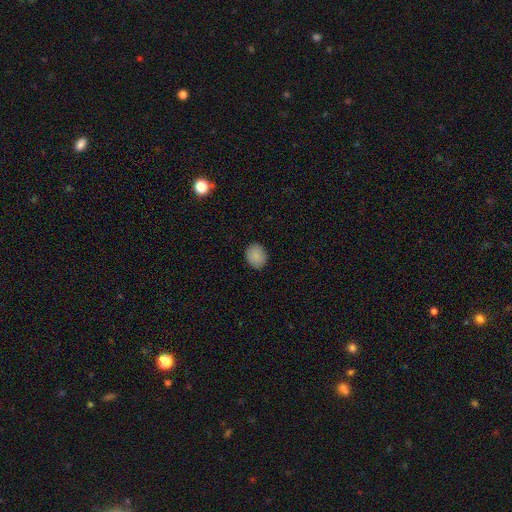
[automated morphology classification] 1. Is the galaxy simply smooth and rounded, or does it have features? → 88% smooth, 8% star or artifact, 4% featured or disk.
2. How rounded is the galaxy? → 59% round, 40% in between, 1% cigar-shaped.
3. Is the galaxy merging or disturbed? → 88% none, 9% minor disturbance, 2% major disturbance, 1% merger.